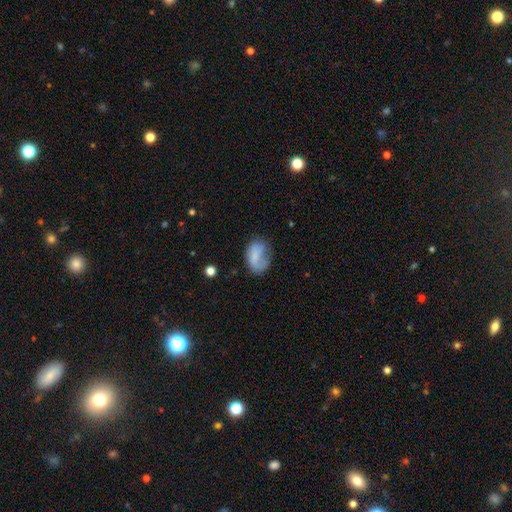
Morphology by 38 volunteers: smooth 68%, featured or disk 29%, star or artifact 3%. Down the decision tree: how rounded — in between (69%); merging — none (49%).